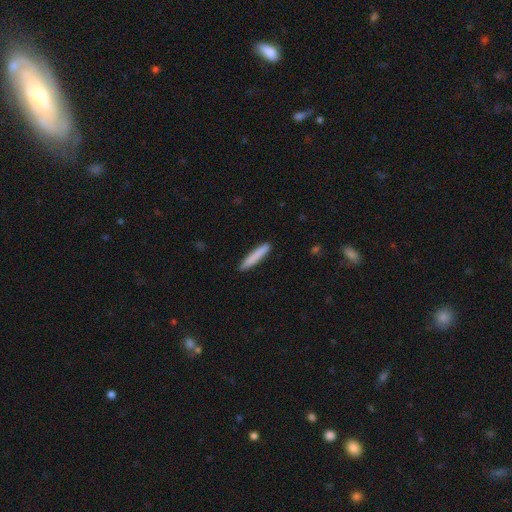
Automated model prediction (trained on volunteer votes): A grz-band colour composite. It shows a smooth galaxy with no disk features (82%) that is cigar-shaped (94%). Merging: none (91%).